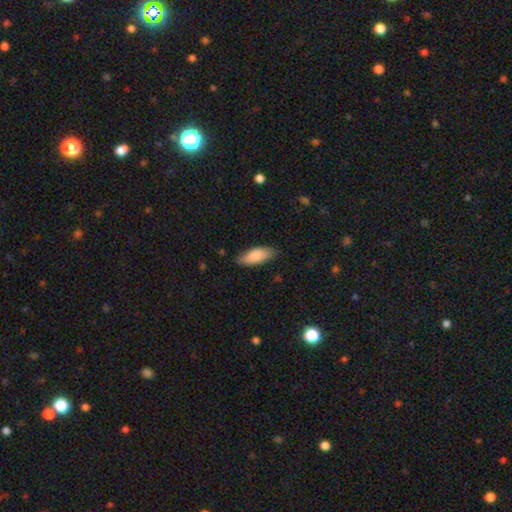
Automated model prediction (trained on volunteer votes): This is clearly a smooth galaxy (84%). How rounded: clearly in between (81%). Merging: likely none (79%).